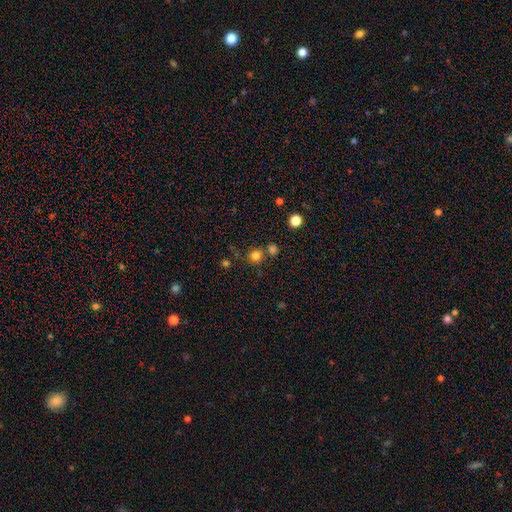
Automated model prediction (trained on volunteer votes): smooth_or_featured: smooth (p=0.79) [alt: star or artifact p=0.16]
how_rounded: round (p=0.91) [alt: in between p=0.08]
merging: none (p=0.70) [alt: merger p=0.18]